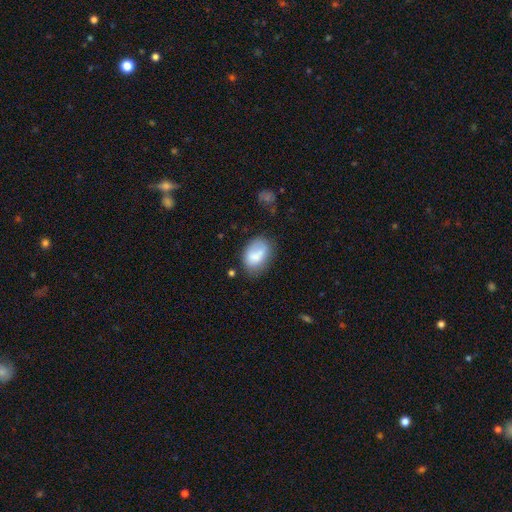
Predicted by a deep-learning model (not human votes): This is likely a smooth galaxy (77%). How rounded: clearly in between (82%). Merging: possibly none (55%).